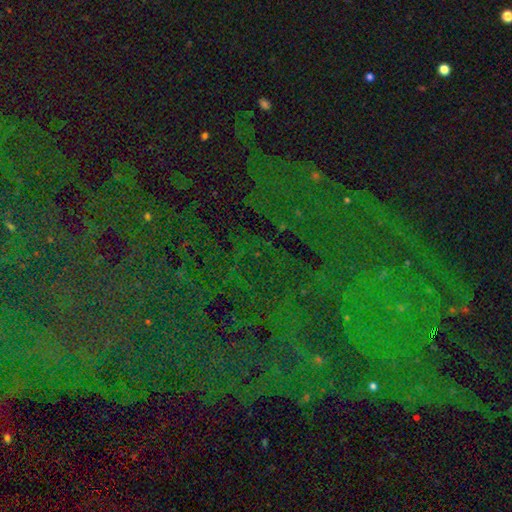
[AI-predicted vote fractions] A star or artifact, not a galaxy (80%).